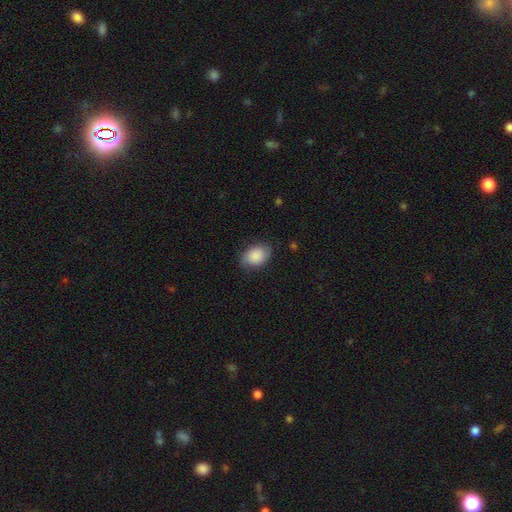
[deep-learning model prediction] smooth 86%, featured or disk 7%, star or artifact 7%. Down the decision tree: how rounded — in between (81%); merging — none (77%).